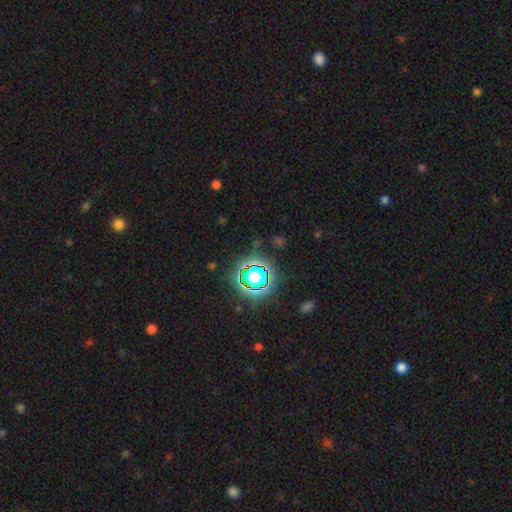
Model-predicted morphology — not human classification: type=star or artifact (75%).